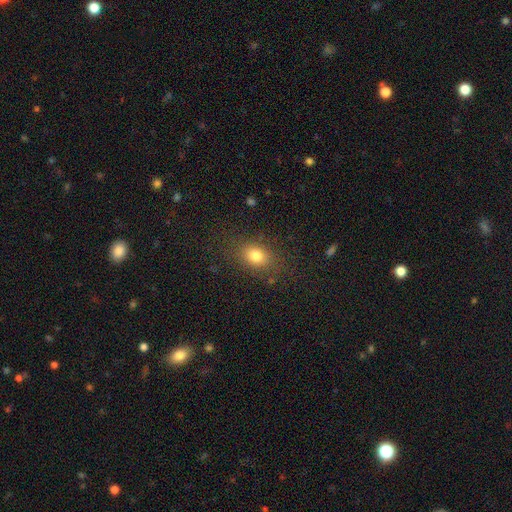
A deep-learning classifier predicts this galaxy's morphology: Smooth or featured?
  - smooth: 79% *
  - star or artifact: 12%
  - featured or disk: 9%
How rounded?
  - in between: 64% *
  - round: 35%
  - cigar-shaped: 2%
Merging?
  - none: 80% *
  - minor disturbance: 12%
  - major disturbance: 6%
  - merger: 2%